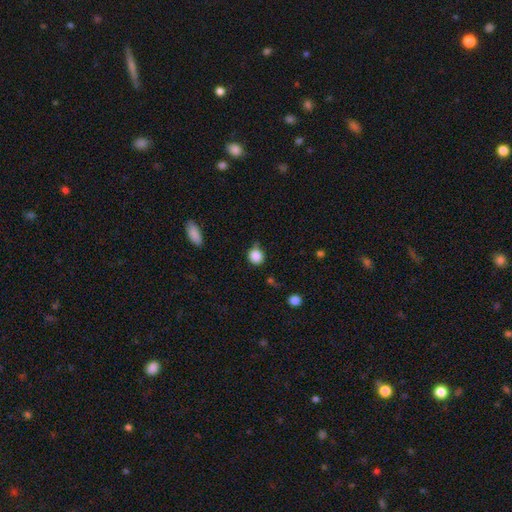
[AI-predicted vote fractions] smooth_or_featured: smooth (p=0.86) [alt: star or artifact p=0.10]
how_rounded: round (p=0.84) [alt: in between p=0.15]
merging: none (p=0.68) [alt: minor disturbance p=0.22]